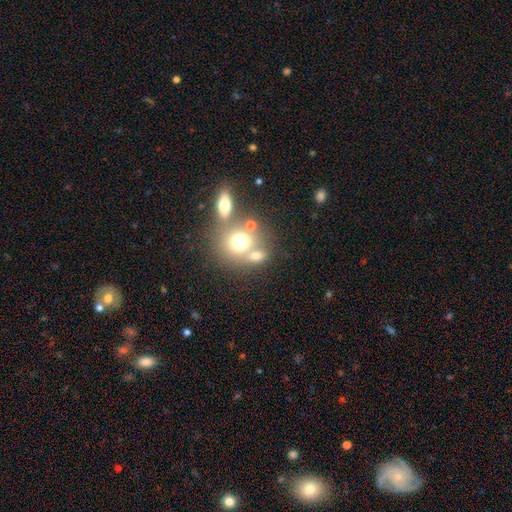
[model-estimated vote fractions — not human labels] This is likely a smooth galaxy (68%). How rounded: likely round (68%). Merging: marginally none (45%).